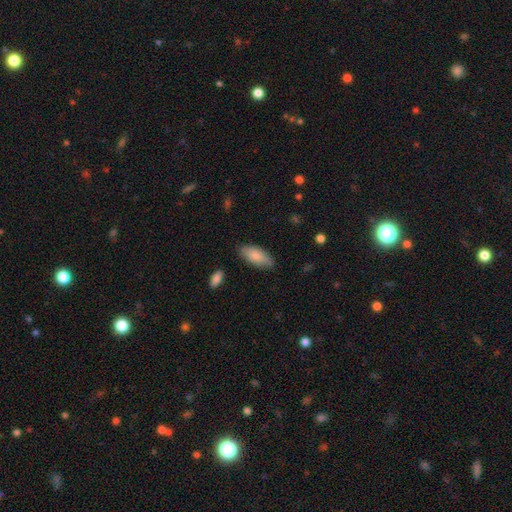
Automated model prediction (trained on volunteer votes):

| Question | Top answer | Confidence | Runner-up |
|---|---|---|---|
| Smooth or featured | smooth | 81% | featured or disk (13%) |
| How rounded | in between | 85% | cigar-shaped (13%) |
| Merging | none | 78% | minor disturbance (17%) |